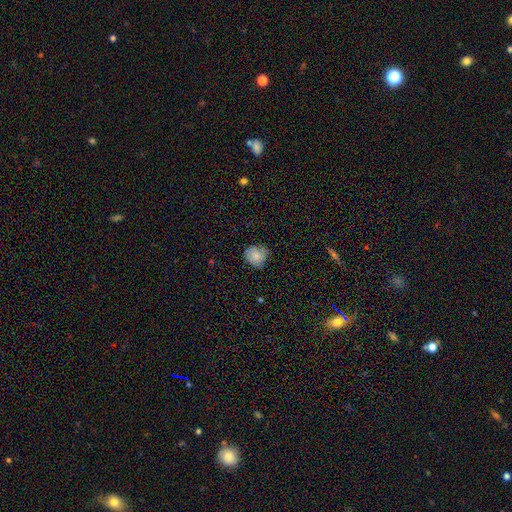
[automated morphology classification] smooth_or_featured: smooth (p=0.79) [alt: featured or disk p=0.12]
how_rounded: round (p=0.77) [alt: in between p=0.22]
merging: none (p=0.64) [alt: minor disturbance p=0.29]